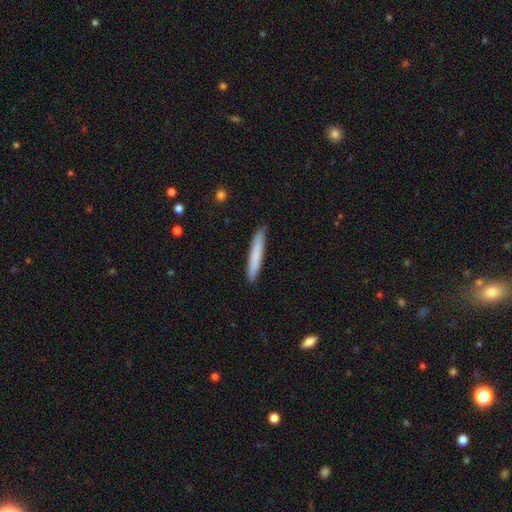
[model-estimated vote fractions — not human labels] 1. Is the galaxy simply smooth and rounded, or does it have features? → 76% smooth, 18% featured or disk, 5% star or artifact.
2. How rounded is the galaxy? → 95% cigar-shaped, 4% in between, 1% round.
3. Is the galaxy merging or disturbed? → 89% none, 9% minor disturbance, 1% major disturbance, 1% merger.